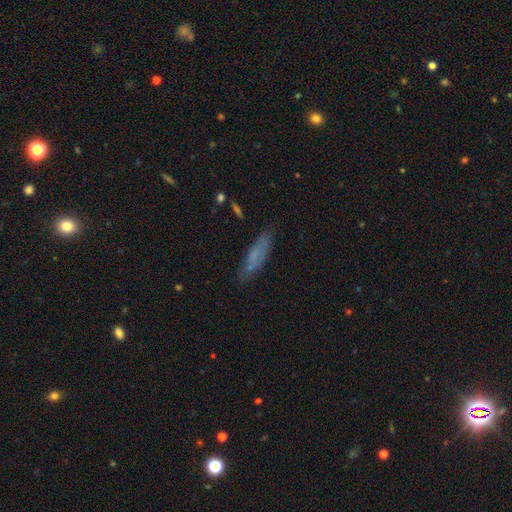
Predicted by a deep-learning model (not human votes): This appears to be a smooth galaxy with no disk features (65%) that is cigar-shaped (68%). Merging: none (74%).